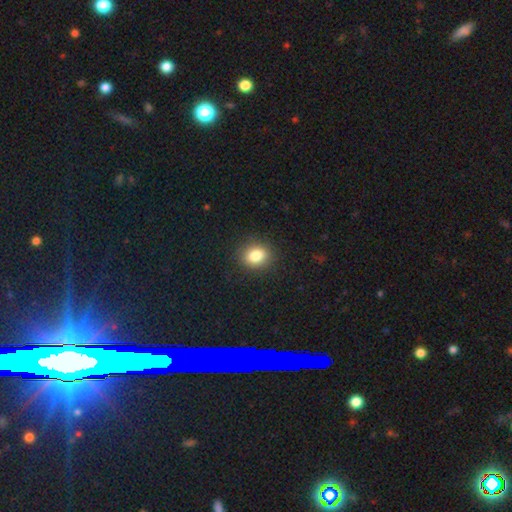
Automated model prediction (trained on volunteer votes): smooth_or_featured: smooth (p=0.84) [alt: star or artifact p=0.10]
how_rounded: round (p=0.53) [alt: in between p=0.46]
merging: none (p=0.89) [alt: minor disturbance p=0.08]